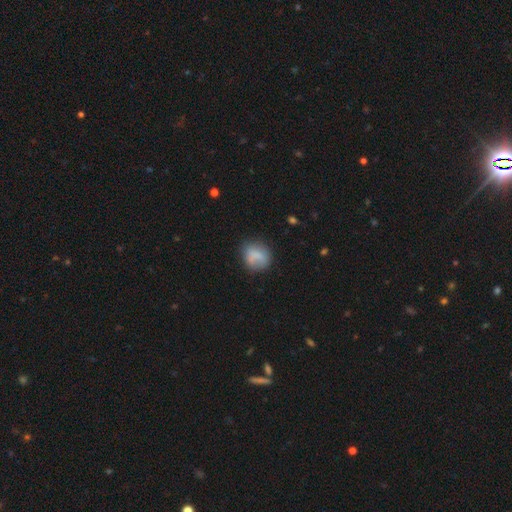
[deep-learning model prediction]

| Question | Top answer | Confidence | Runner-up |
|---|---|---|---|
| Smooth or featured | smooth | 77% | featured or disk (15%) |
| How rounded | round | 73% | in between (26%) |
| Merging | none | 63% | minor disturbance (24%) |